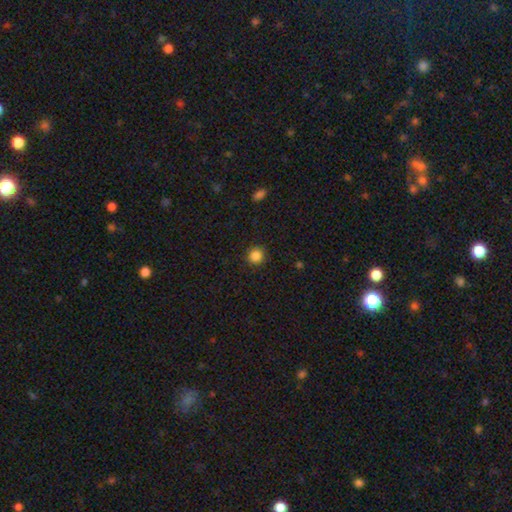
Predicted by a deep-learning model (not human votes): The model was most divided on "smooth or featured": smooth: 86%, star or artifact: 11%, featured or disk: 3%. More confident: how rounded — round (93%); merging — none (91%).